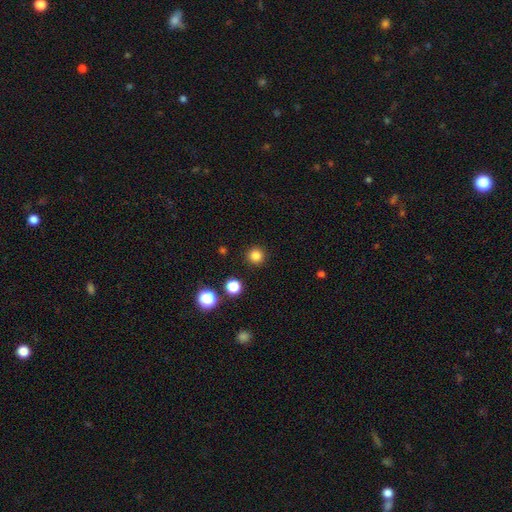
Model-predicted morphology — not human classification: smooth 83%, star or artifact 13%, featured or disk 3%. Down the decision tree: how rounded — round (95%); merging — none (92%).